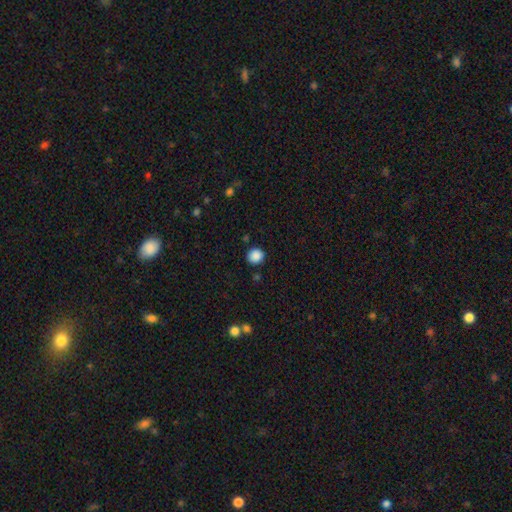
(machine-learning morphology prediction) Smooth or featured: smooth — 88% (star or artifact — 9%)
How rounded: round — 83% (in between — 16%)
Merging: none — 88% (minor disturbance — 7%)